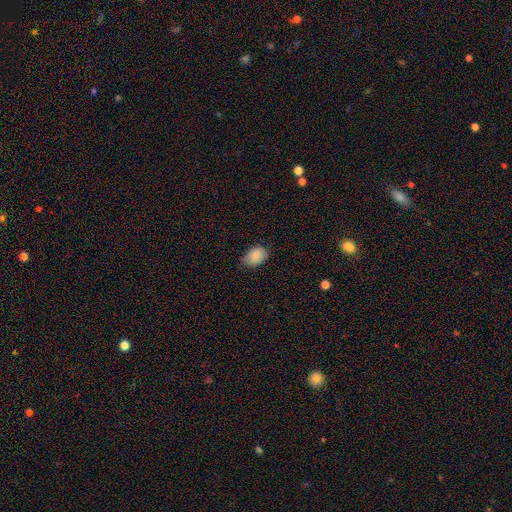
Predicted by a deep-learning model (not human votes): Morphology: type=smooth (87%); roundness=in between (80%); merging=none (73%).